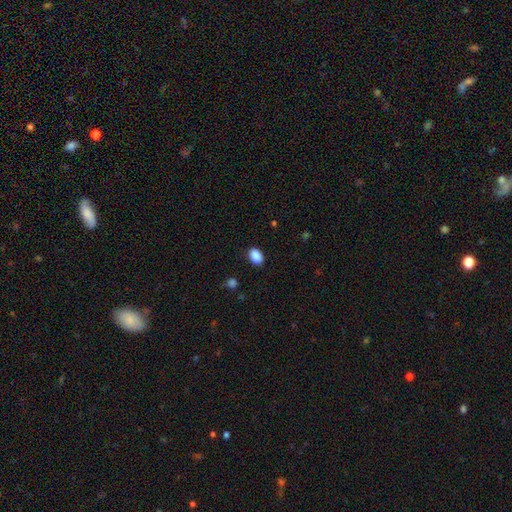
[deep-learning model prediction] Smooth or featured? smooth (89%)
How rounded? in between (89%)
Merging? none (86%)